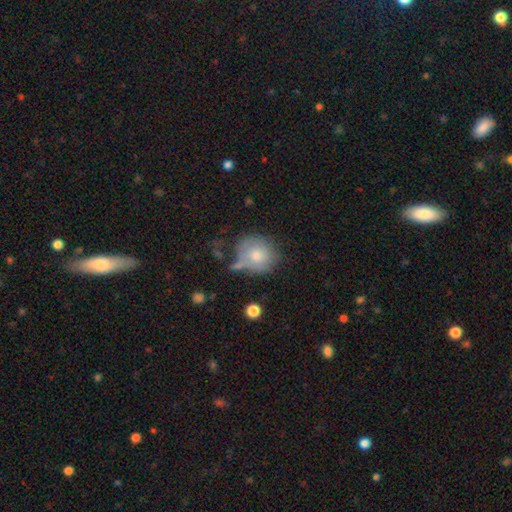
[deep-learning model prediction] A smooth galaxy with no disk features (73%) that is round (83%).

Vote fractions:
- Smooth or featured? smooth: 73% / featured or disk: 19% / star or artifact: 8%
- How rounded? round: 83% / in between: 16% / cigar-shaped: 1%
- Merging? none: 50% / minor disturbance: 25% / major disturbance: 13% / merger: 13%